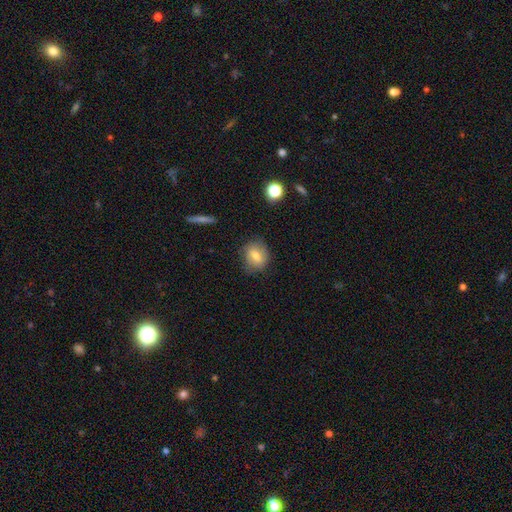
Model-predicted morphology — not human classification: A smooth galaxy with no disk features (73%) that is round (62%).

Vote fractions:
- Smooth or featured? smooth: 73% / featured or disk: 18% / star or artifact: 9%
- How rounded? round: 62% / in between: 36% / cigar-shaped: 1%
- Merging? none: 75% / minor disturbance: 19% / major disturbance: 5% / merger: 1%